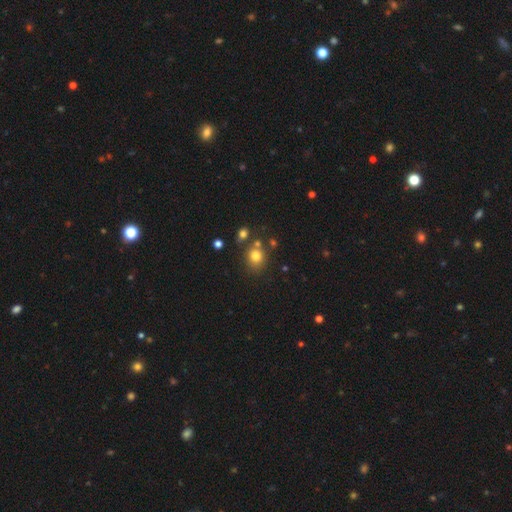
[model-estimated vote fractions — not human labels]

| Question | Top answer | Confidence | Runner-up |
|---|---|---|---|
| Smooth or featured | smooth | 78% | star or artifact (14%) |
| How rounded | round | 75% | in between (24%) |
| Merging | none | 69% | merger (15%) |